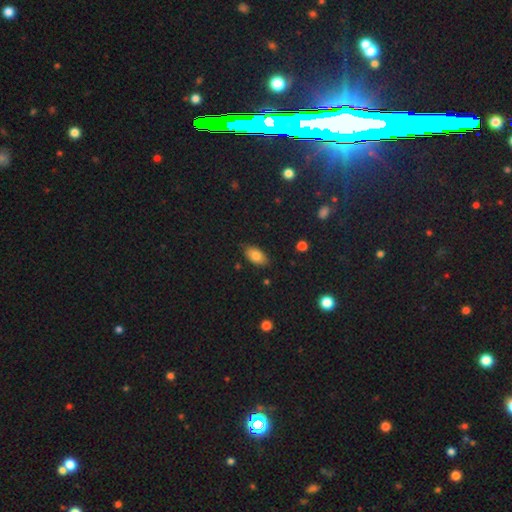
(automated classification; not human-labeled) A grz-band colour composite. It shows a smooth galaxy with no disk features (80%) that is in between round and cigar-shaped (92%). Merging: none (84%).